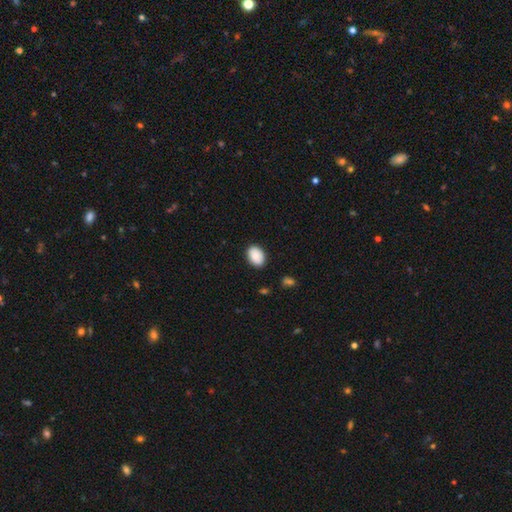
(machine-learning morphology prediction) Smooth or featured? Predicted: smooth (p=0.89). How rounded? Predicted: in between (p=0.83). Merging? Predicted: none (p=0.88).